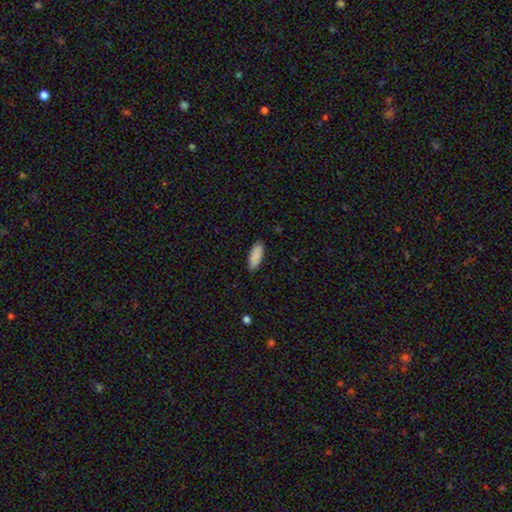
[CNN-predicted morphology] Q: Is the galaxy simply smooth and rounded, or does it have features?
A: smooth — 90%.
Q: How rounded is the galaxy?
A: in between — 72%.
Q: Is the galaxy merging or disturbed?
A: none — 89%.